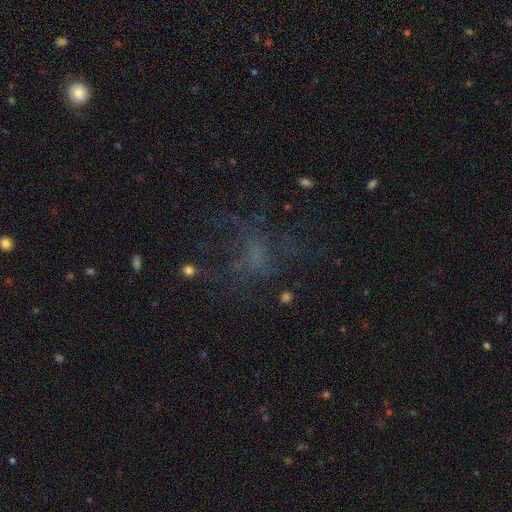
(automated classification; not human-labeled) Overall: featured or disk (39%; star or artifact 32%). Merging: none (49%; major disturbance 33%).